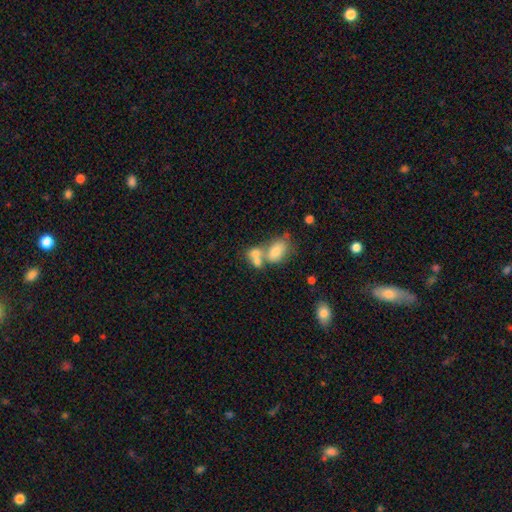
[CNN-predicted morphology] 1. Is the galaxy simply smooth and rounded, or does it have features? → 69% smooth, 21% featured or disk, 10% star or artifact.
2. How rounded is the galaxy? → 74% in between, 24% round, 2% cigar-shaped.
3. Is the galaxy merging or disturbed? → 62% merger, 25% none, 8% minor disturbance, 5% major disturbance.